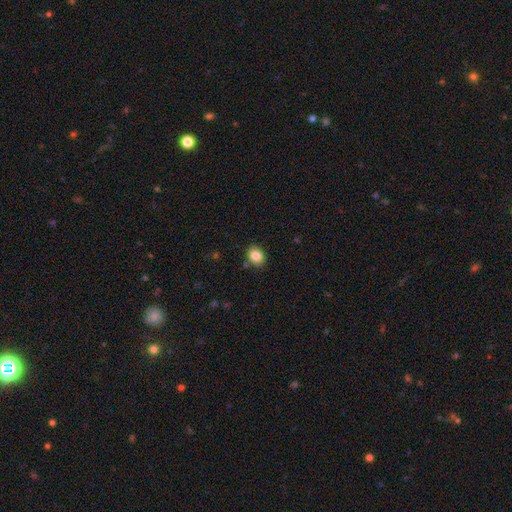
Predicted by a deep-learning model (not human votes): Morphology: type=smooth (84%); roundness=in between (56%); merging=none (83%).